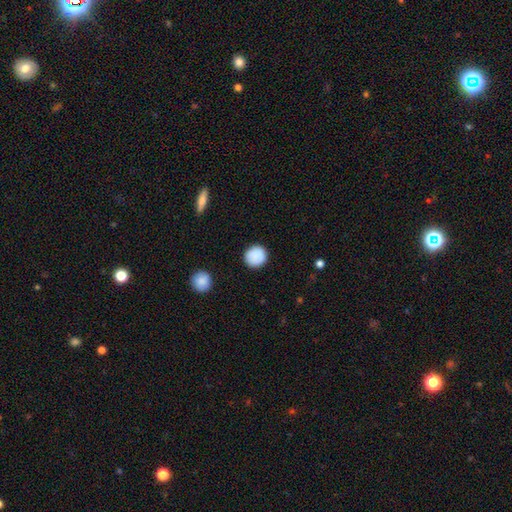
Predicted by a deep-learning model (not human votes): Q: Smooth or featured?
A: smooth (89%); runner-up: star or artifact (7%)
Q: How rounded?
A: round (92%); runner-up: in between (7%)
Q: Merging?
A: none (90%); runner-up: minor disturbance (7%)